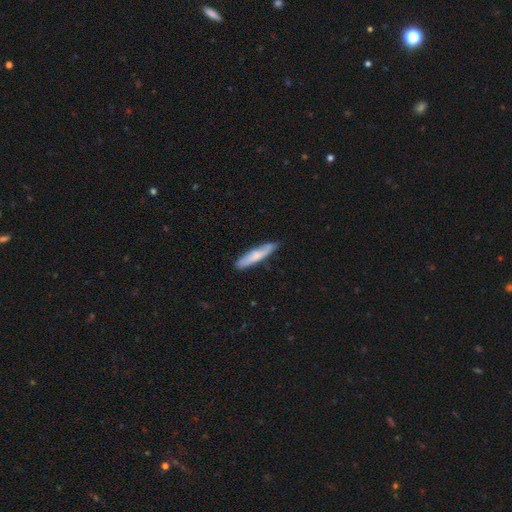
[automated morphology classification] A smooth galaxy with no disk features (65%) that is cigar-shaped (86%).

Vote fractions:
- Smooth or featured? smooth: 65% / featured or disk: 29% / star or artifact: 5%
- How rounded? cigar-shaped: 86% / in between: 13% / round: 1%
- Merging? none: 78% / minor disturbance: 18% / major disturbance: 3% / merger: 2%